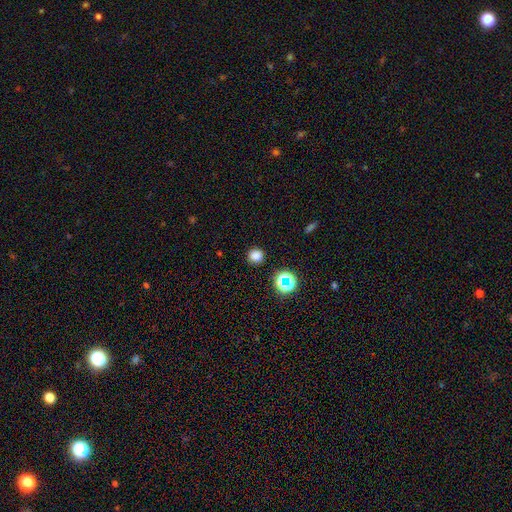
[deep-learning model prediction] The model was most divided on "smooth or featured": smooth: 78%, star or artifact: 18%, featured or disk: 4%. More confident: how rounded — round (90%); merging — none (90%).